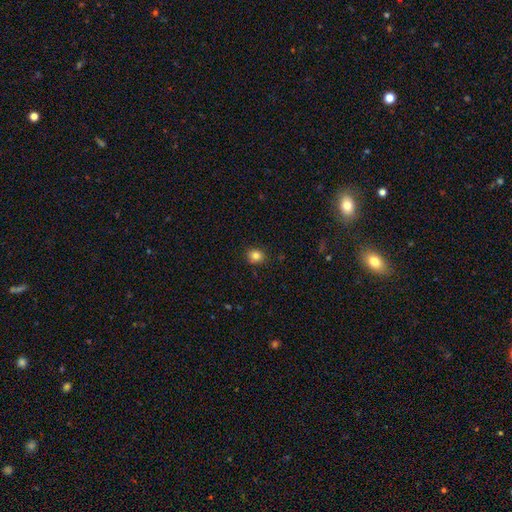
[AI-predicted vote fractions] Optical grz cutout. It shows a smooth galaxy with no disk features (83%) that is round (75%). Merging: none (88%).